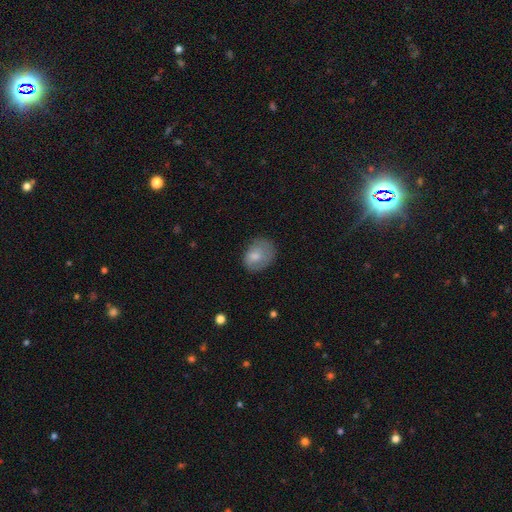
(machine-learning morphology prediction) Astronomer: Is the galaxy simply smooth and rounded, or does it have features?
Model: smooth — 72%.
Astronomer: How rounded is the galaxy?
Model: in between — 63%.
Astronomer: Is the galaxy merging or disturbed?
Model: none — 52% (runner-up: minor disturbance, 31%).